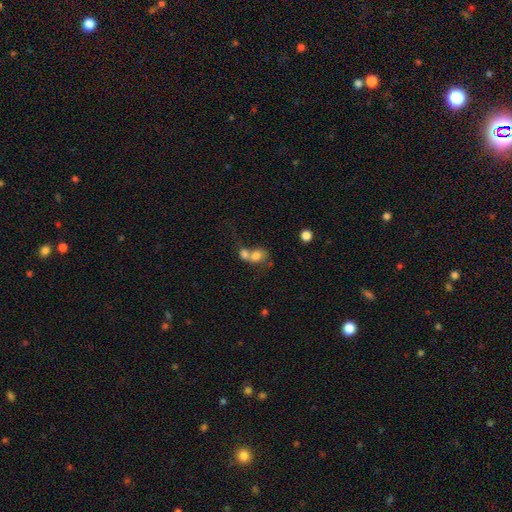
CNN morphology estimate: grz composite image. It shows a smooth galaxy with no disk features (71%) that is in between round and cigar-shaped (51%). Merging: merger (72%).